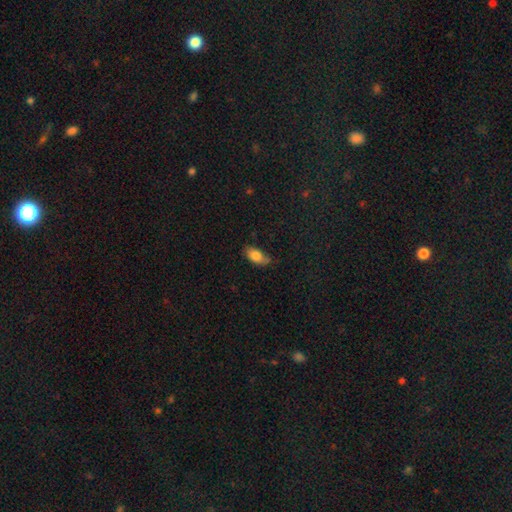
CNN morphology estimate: The model was most divided on "merging": none: 62%, minor disturbance: 30%, major disturbance: 6%, merger: 2%. More confident: how rounded — in between (89%); smooth or featured — smooth (78%).